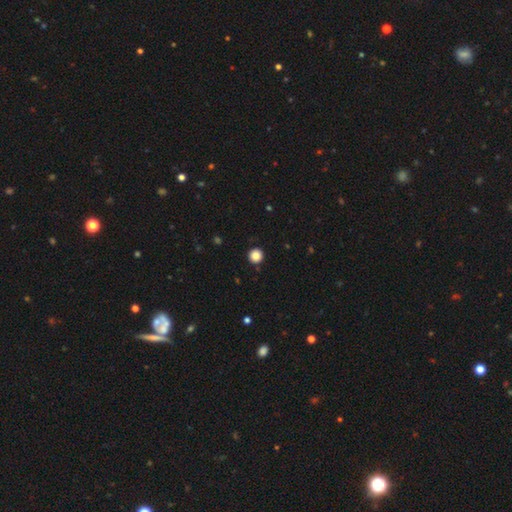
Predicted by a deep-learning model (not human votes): Morphology: type=smooth (85%); roundness=round (96%); merging=none (92%).